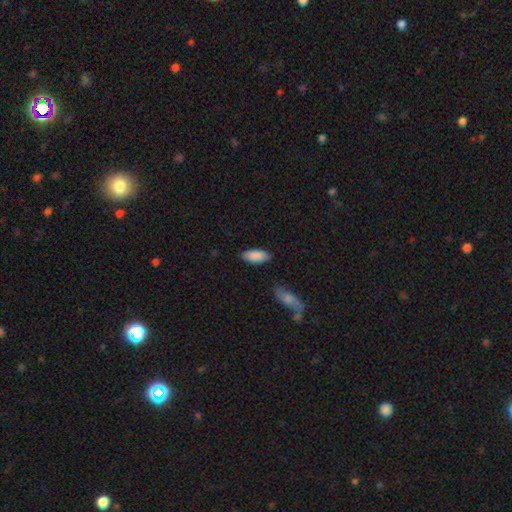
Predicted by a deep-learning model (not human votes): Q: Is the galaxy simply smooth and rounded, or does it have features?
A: smooth — 89%.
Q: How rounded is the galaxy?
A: in between — 88%.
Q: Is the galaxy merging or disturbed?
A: none — 85%.